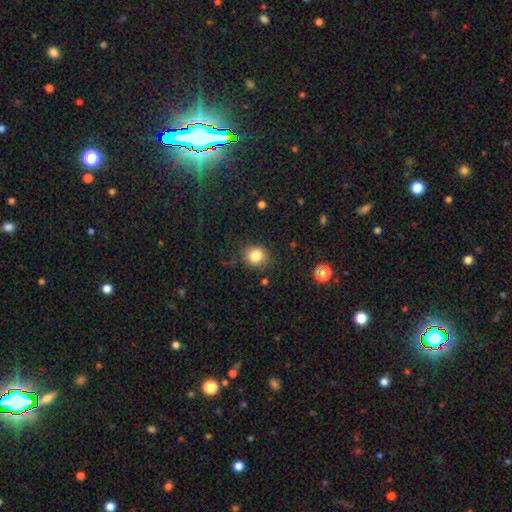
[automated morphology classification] This is clearly a smooth galaxy (83%). How rounded: likely round (80%). Merging: clearly none (84%).